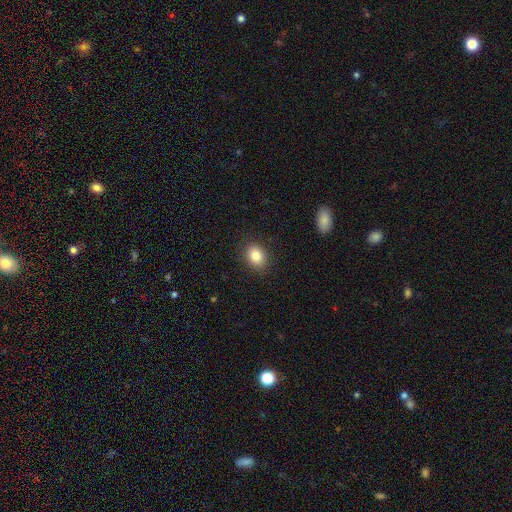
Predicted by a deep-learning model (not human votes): This appears to be a smooth galaxy with no disk features (84%) that is in between round and cigar-shaped (55%). Merging: none (88%).